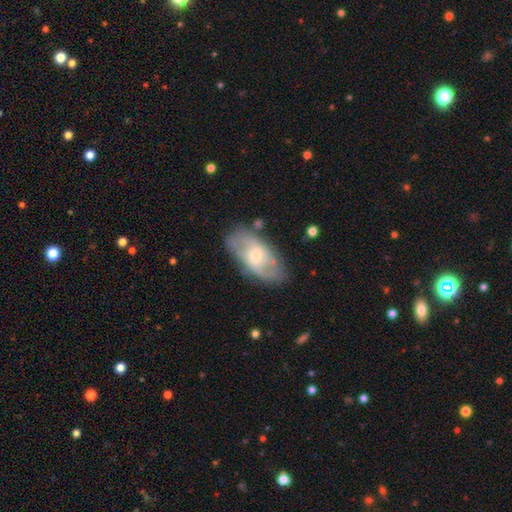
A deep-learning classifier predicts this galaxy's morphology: smooth-or-featured: featured or disk: 69% | smooth: 25% | star or artifact: 6%
  disk-edge-on: no: 92% | yes: 8%
    bar: no: 55% | weak: 37% | strong: 8%
    has-spiral-arms: yes: 78% | no: 22%
    bulge-size: small: 49% | moderate: 45% | large: 3% | none: 2% | dominant: 1%
  merging: none: 75% | minor disturbance: 17% | major disturbance: 5% | merger: 2%